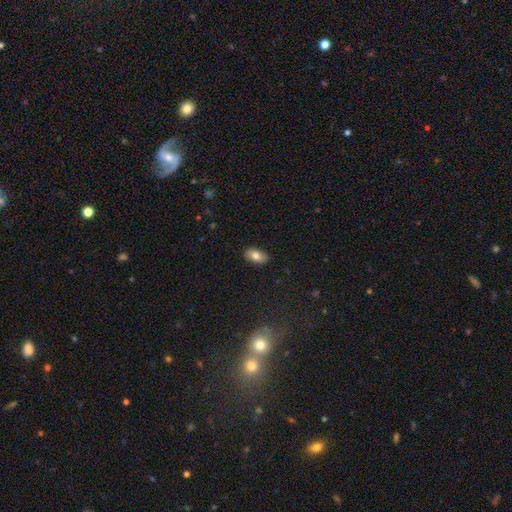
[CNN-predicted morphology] Smooth or featured?
  - smooth: 79% *
  - featured or disk: 13%
  - star or artifact: 8%
How rounded?
  - in between: 91% *
  - round: 5%
  - cigar-shaped: 4%
Merging?
  - none: 87% *
  - minor disturbance: 10%
  - major disturbance: 2%
  - merger: 1%